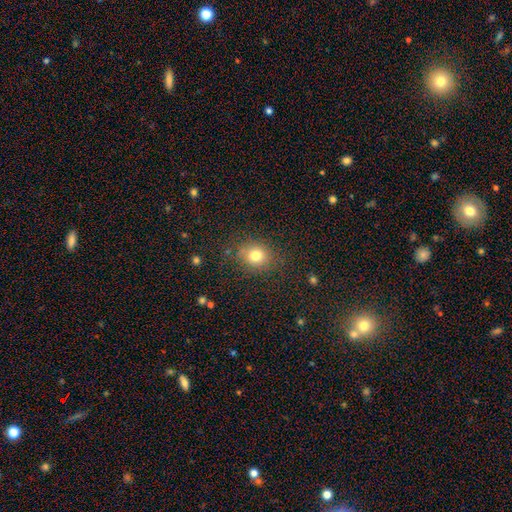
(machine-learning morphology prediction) Smooth or featured? Predicted: smooth (p=0.78). How rounded? Predicted: round (p=0.73). Merging? Predicted: none (p=0.81).